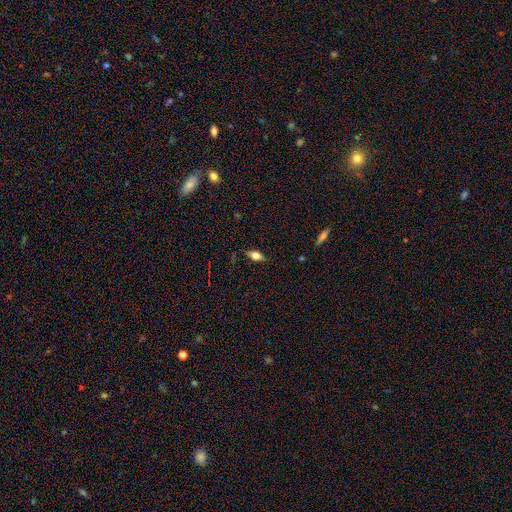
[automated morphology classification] Q: Smooth or featured?
A: smooth (47%); runner-up: featured or disk (41%)
Q: Merging?
A: none (83%); runner-up: minor disturbance (13%)